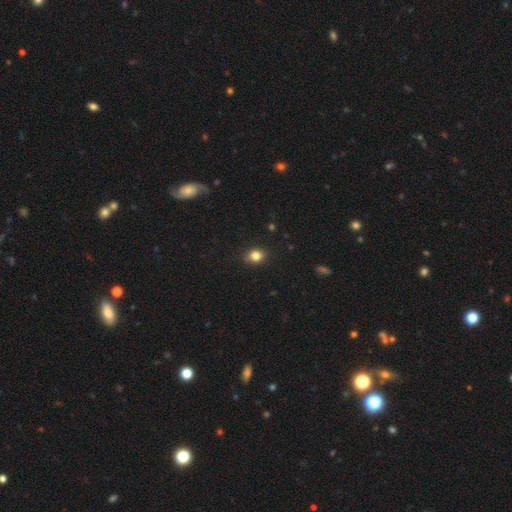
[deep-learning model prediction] Overall: smooth (83%). How rounded: round (63%; in between 36%). Merging: none (86%).